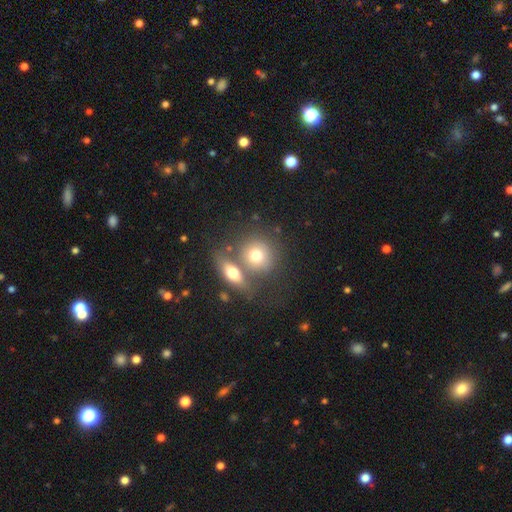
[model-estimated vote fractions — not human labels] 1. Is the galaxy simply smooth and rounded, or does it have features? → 71% smooth, 20% featured or disk, 9% star or artifact.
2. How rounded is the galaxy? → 77% round, 21% in between, 2% cigar-shaped.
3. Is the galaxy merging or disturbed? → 46% none, 39% merger, 10% minor disturbance, 5% major disturbance.